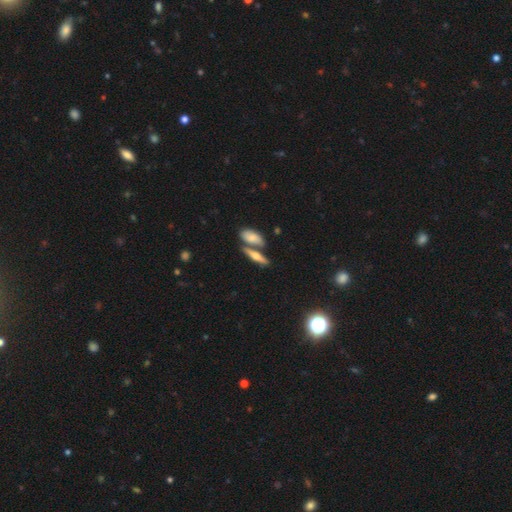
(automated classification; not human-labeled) Smooth or featured? featured or disk (47%)
Merging? none (62%)